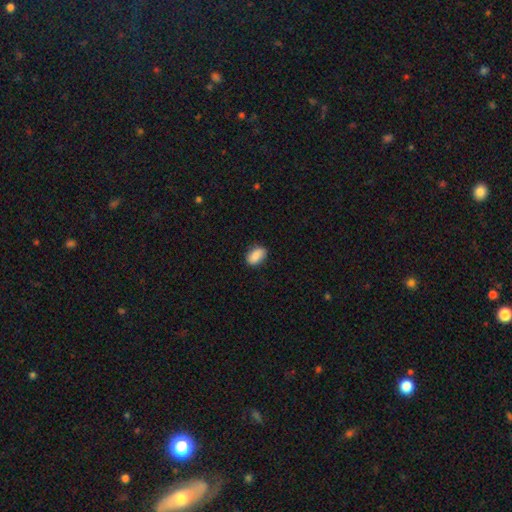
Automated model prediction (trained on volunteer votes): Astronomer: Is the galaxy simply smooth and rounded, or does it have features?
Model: smooth — 87%.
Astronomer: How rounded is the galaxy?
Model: in between — 88%.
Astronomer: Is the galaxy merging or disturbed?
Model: none — 82%.